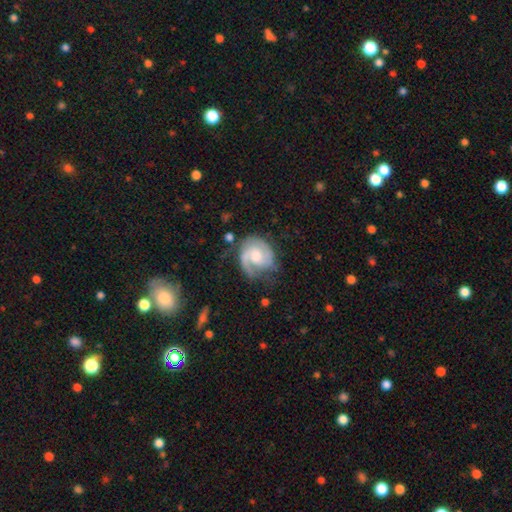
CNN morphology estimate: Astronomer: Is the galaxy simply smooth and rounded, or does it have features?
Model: featured or disk — 82%.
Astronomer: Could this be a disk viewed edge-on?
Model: no — 98%.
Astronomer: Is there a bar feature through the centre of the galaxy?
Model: no — 59% (runner-up: weak, 35%).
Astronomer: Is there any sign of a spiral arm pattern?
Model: yes — 95%.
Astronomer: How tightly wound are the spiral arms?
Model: tight — 44% (runner-up: medium, 42%).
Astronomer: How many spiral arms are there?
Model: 2 — 69%.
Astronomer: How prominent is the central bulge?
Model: moderate — 64%.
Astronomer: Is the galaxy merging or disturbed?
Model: none — 62%.